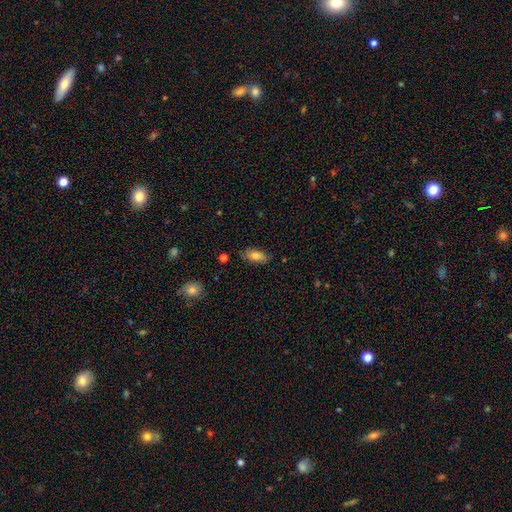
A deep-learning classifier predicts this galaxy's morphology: Smooth or featured: smooth — 77% (featured or disk — 15%)
How rounded: in between — 84% (cigar-shaped — 13%)
Merging: none — 78% (minor disturbance — 17%)